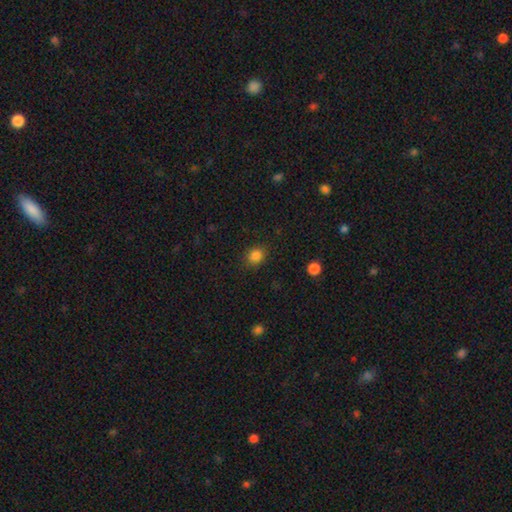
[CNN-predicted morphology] Smooth or featured?
  - smooth: 85% *
  - star or artifact: 12%
  - featured or disk: 4%
How rounded?
  - round: 65% *
  - in between: 34%
  - cigar-shaped: 1%
Merging?
  - none: 86% *
  - minor disturbance: 9%
  - major disturbance: 3%
  - merger: 1%